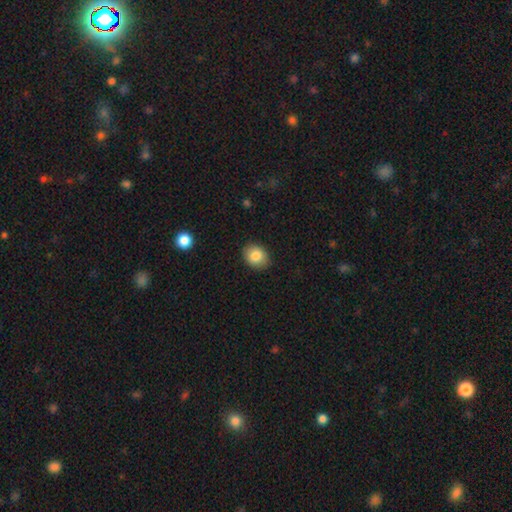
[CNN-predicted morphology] A smooth galaxy with no disk features (84%) that is round (50%). Merging: none (88%).